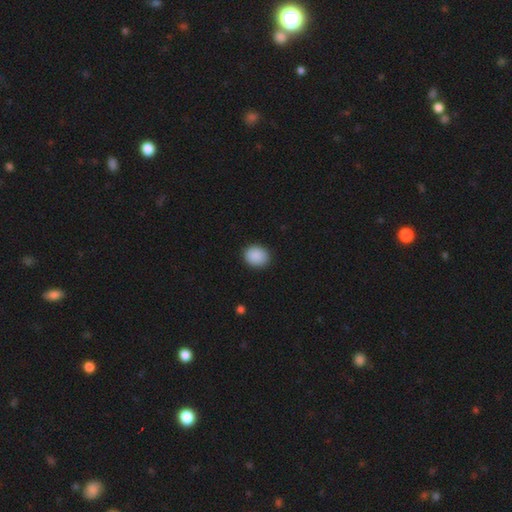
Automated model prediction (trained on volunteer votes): This appears to be a smooth galaxy with no disk features (90%) that is round (71%). Merging: none (90%).